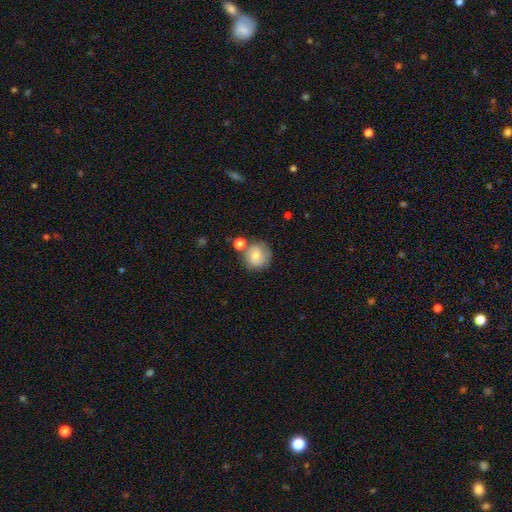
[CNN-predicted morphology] smooth 67%, featured or disk 25%, star or artifact 9%. Down the decision tree: how rounded — round (88%); merging — none (60%).